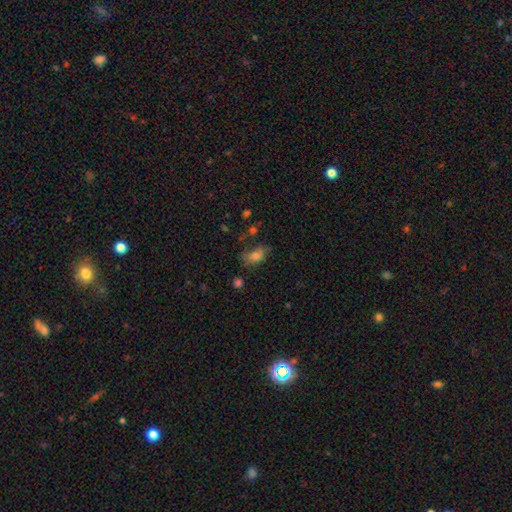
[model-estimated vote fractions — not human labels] Smooth or featured? smooth (72%)
How rounded? in between (84%)
Merging? none (55%)